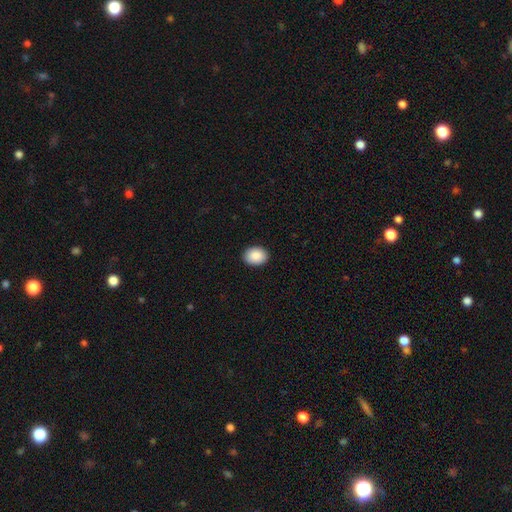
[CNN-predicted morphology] type=smooth (89%); roundness=in between (62%); merging=none (91%).